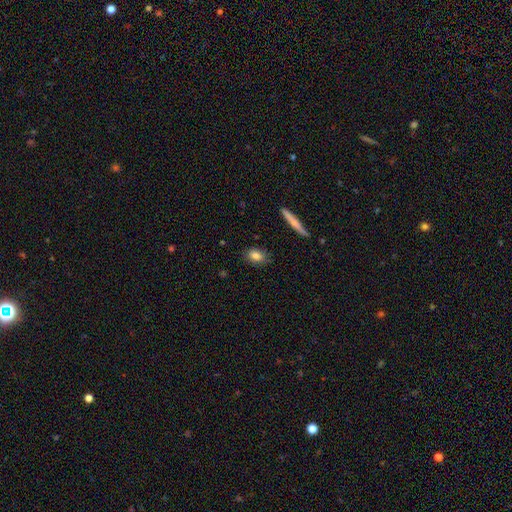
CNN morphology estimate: The model was most divided on "how rounded": in between: 76%, round: 18%, cigar-shaped: 6%. More confident: merging — none (85%); smooth or featured — smooth (80%).